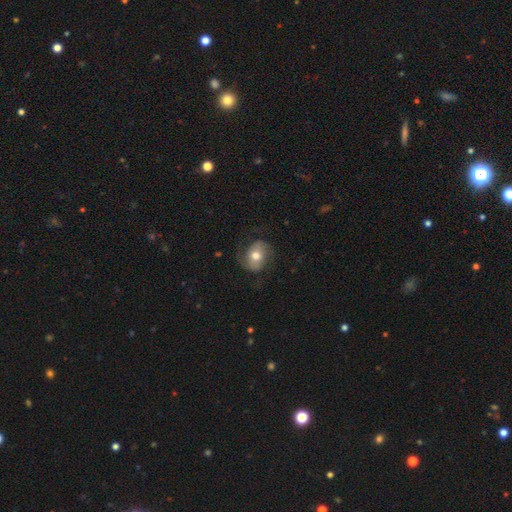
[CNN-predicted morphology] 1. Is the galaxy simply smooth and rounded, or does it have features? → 47% smooth, 45% featured or disk, 8% star or artifact.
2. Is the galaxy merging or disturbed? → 65% none, 20% minor disturbance, 14% major disturbance, 1% merger.